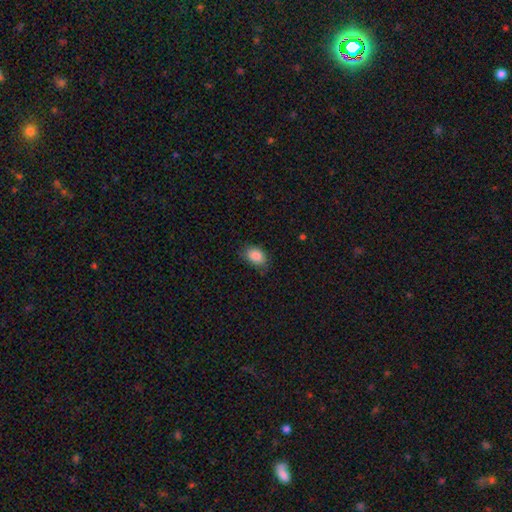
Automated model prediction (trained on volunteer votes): Smooth or featured?
  - smooth: 87% *
  - star or artifact: 8%
  - featured or disk: 5%
How rounded?
  - in between: 84% *
  - round: 15%
  - cigar-shaped: 1%
Merging?
  - none: 74% *
  - minor disturbance: 21%
  - major disturbance: 4%
  - merger: 1%